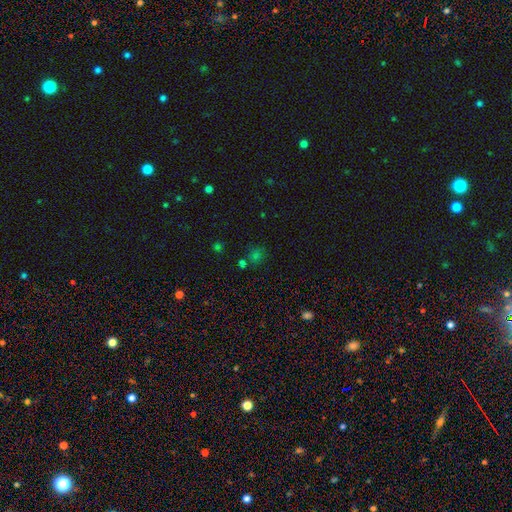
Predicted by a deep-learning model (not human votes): Smooth or featured: smooth — 47% (star or artifact — 44%)
Merging: none — 72% (merger — 12%)